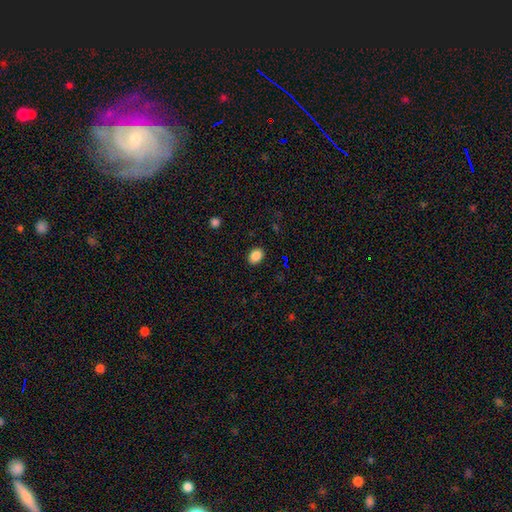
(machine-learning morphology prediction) Smooth or featured? smooth (87%)
How rounded? in between (64%)
Merging? none (89%)